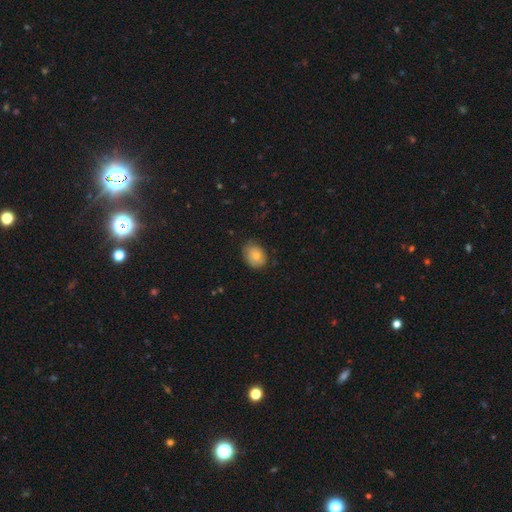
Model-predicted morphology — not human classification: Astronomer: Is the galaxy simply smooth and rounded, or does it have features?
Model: smooth — 76%.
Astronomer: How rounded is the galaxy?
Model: in between — 55% (runner-up: round, 44%).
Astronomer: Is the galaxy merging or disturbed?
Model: none — 72%.